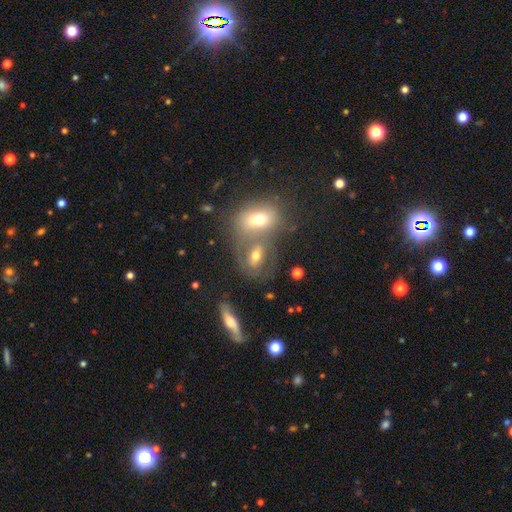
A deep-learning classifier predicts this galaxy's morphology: The model was most divided on "smooth or featured": featured or disk: 44%, smooth: 42%, star or artifact: 14%. Remaining: merging — merger (45%).